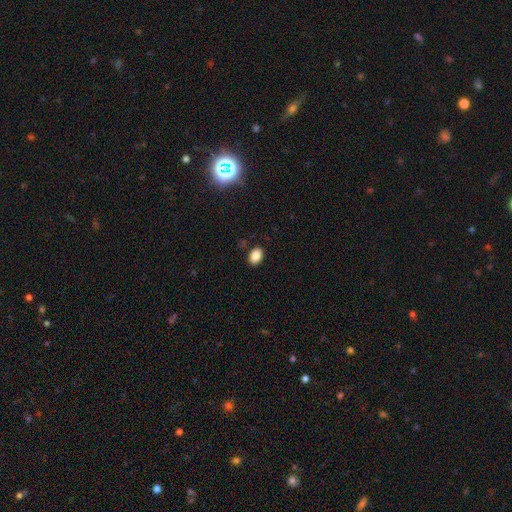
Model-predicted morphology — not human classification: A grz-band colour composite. It shows a smooth galaxy with no disk features (87%) that is in between round and cigar-shaped (83%). Merging: none (87%).